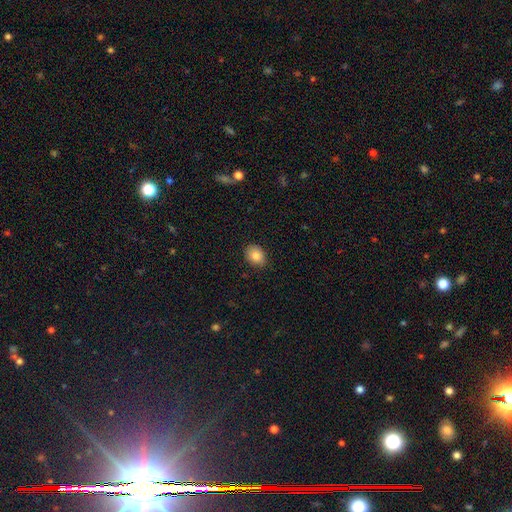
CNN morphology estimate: The model was most divided on "how rounded": in between: 61%, round: 38%, cigar-shaped: 1%. More confident: merging — none (86%); smooth or featured — smooth (84%).